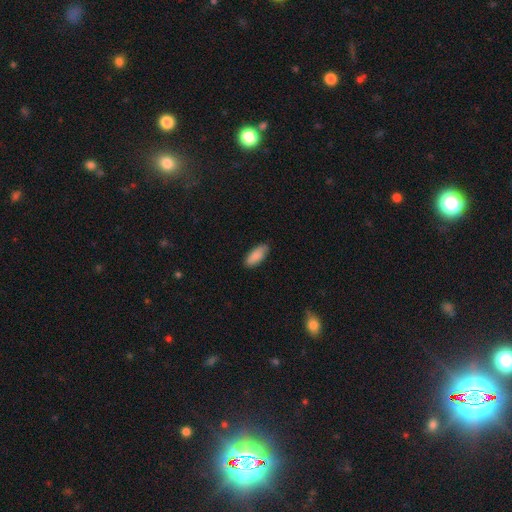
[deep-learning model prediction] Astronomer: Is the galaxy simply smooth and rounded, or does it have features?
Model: smooth — 87%.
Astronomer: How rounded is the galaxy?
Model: in between — 80%.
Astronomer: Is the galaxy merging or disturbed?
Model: none — 81%.